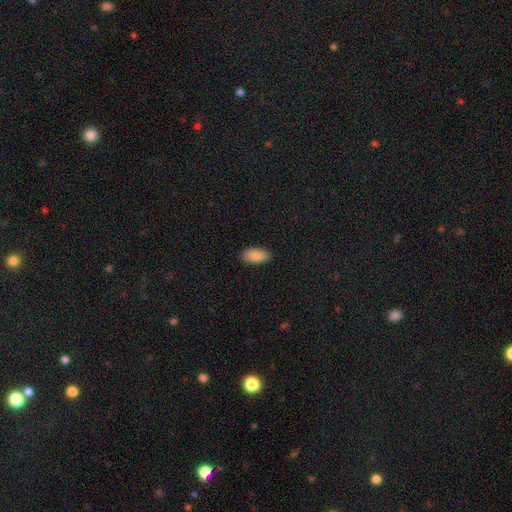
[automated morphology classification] Overall: smooth (89%). How rounded: in between (93%). Merging: none (88%).